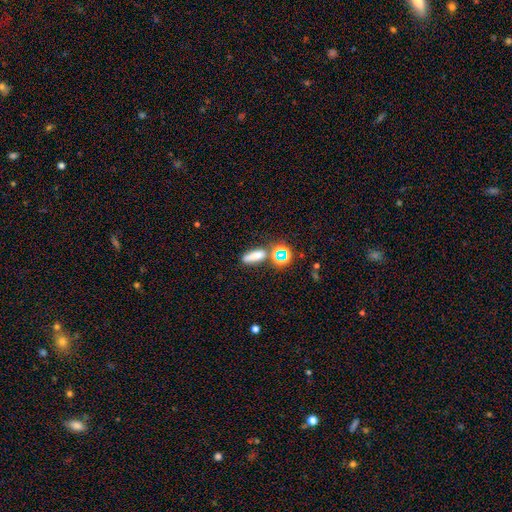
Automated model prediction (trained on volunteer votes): This is likely a smooth galaxy (68%). How rounded: possibly cigar-shaped (46%). Merging: likely none (64%).